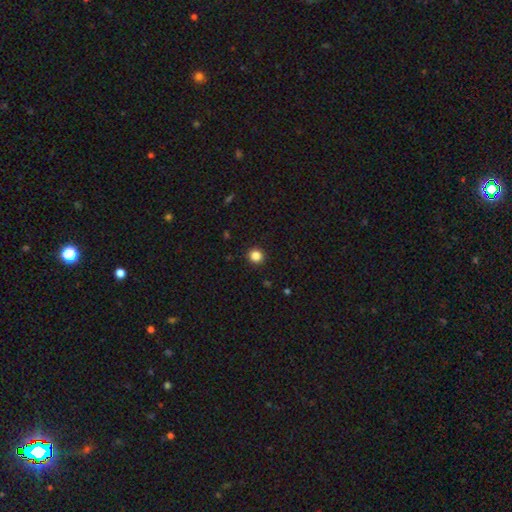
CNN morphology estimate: Smooth or featured? smooth (85%)
How rounded? round (92%)
Merging? none (92%)